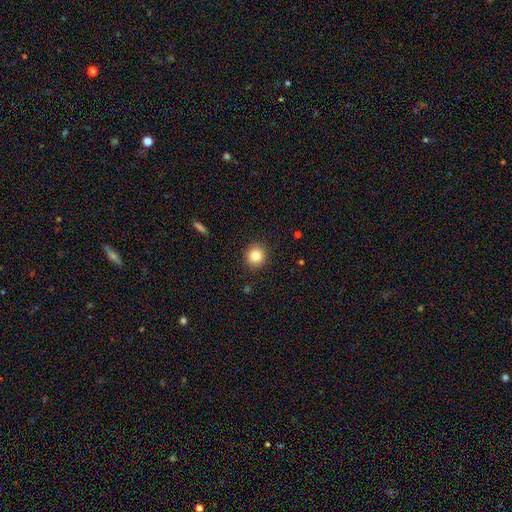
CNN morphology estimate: A smooth galaxy with no disk features (83%) that is round (91%).

Vote fractions:
- Smooth or featured? smooth: 83% / star or artifact: 11% / featured or disk: 7%
- How rounded? round: 91% / in between: 8% / cigar-shaped: 1%
- Merging? none: 91% / minor disturbance: 6% / major disturbance: 2% / merger: 1%